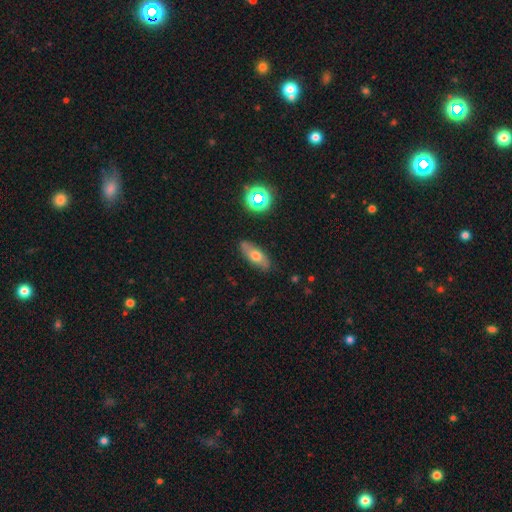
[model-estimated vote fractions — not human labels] This is likely a smooth galaxy (61%). How rounded: likely in between (71%). Merging: clearly none (83%).